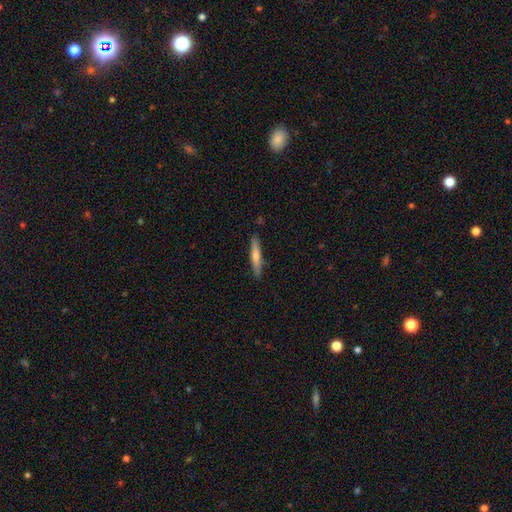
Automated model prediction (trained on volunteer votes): Overall: smooth (66%; featured or disk 28%). How rounded: cigar-shaped (91%). Merging: none (87%).